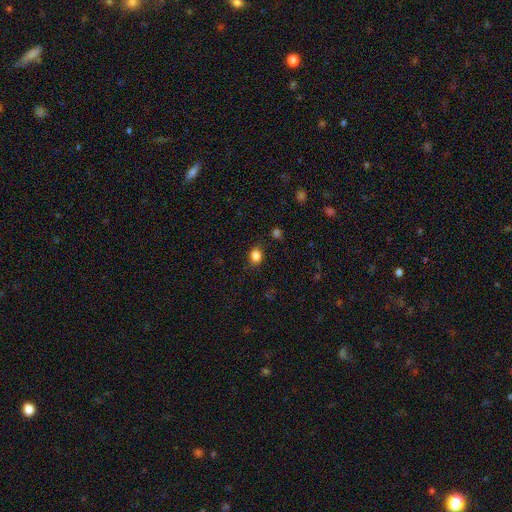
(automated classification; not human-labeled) Q: Smooth or featured?
A: smooth (84%); runner-up: star or artifact (11%)
Q: How rounded?
A: in between (50%); runner-up: round (49%)
Q: Merging?
A: none (82%); runner-up: minor disturbance (12%)